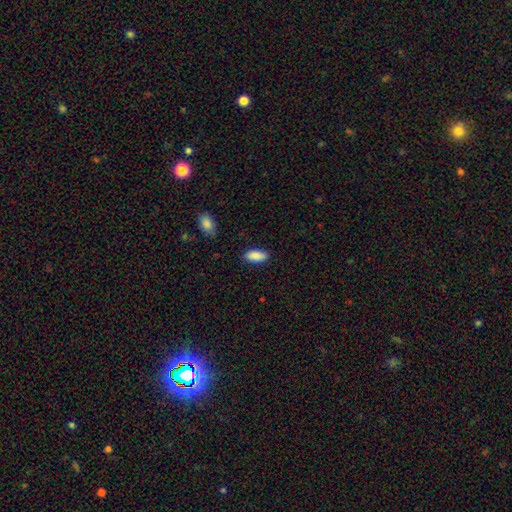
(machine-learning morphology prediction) Overall: smooth (88%). How rounded: in between (87%). Merging: none (84%).